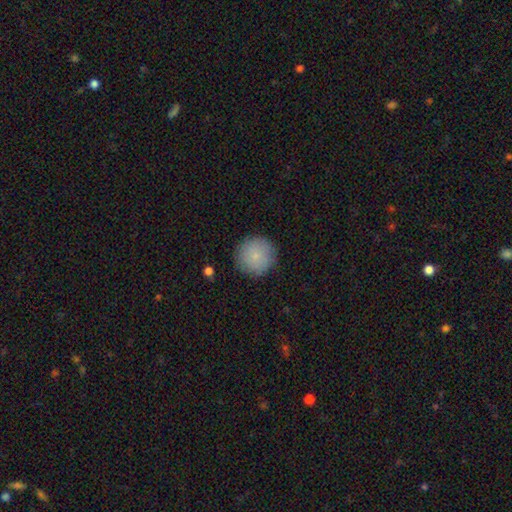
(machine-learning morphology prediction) A smooth galaxy with no disk features (84%) that is round (95%).

Vote fractions:
- Smooth or featured? smooth: 84% / featured or disk: 9% / star or artifact: 7%
- How rounded? round: 95% / in between: 4% / cigar-shaped: 1%
- Merging? none: 88% / minor disturbance: 8% / major disturbance: 2% / merger: 1%